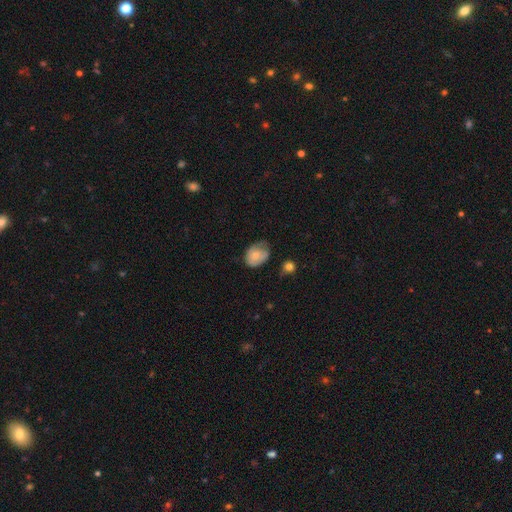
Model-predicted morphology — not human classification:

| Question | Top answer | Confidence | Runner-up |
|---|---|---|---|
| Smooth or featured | smooth | 71% | featured or disk (22%) |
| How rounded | in between | 72% | round (27%) |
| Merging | minor disturbance | 41% | none (39%) |